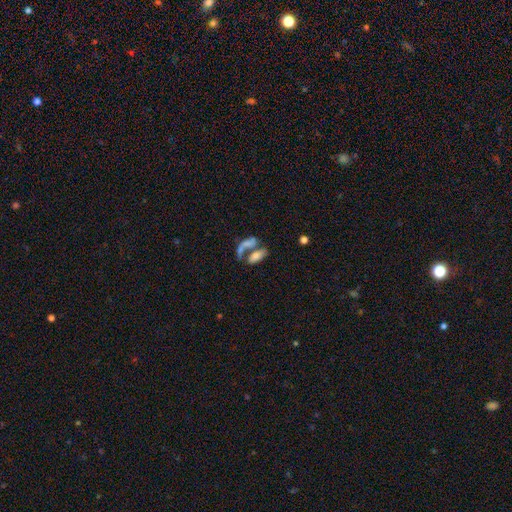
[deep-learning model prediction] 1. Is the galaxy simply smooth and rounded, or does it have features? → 63% smooth, 27% featured or disk, 10% star or artifact.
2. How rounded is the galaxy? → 82% in between, 14% cigar-shaped, 4% round.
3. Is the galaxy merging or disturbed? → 60% merger, 23% none, 10% major disturbance, 7% minor disturbance.